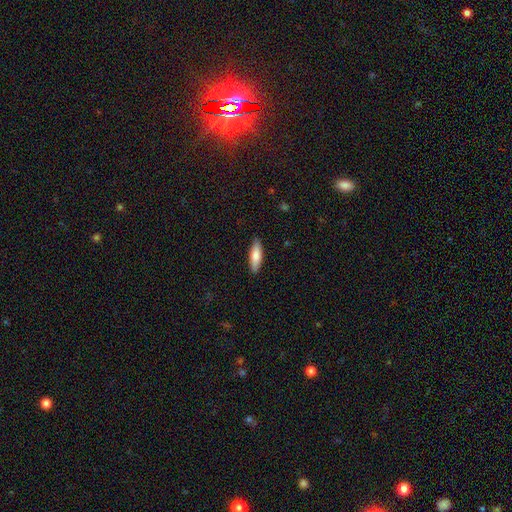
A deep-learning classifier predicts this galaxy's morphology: Smooth or featured?
  - smooth: 79% *
  - featured or disk: 16%
  - star or artifact: 5%
How rounded?
  - cigar-shaped: 52% *
  - in between: 46%
  - round: 2%
Merging?
  - none: 89% *
  - minor disturbance: 8%
  - major disturbance: 2%
  - merger: 1%